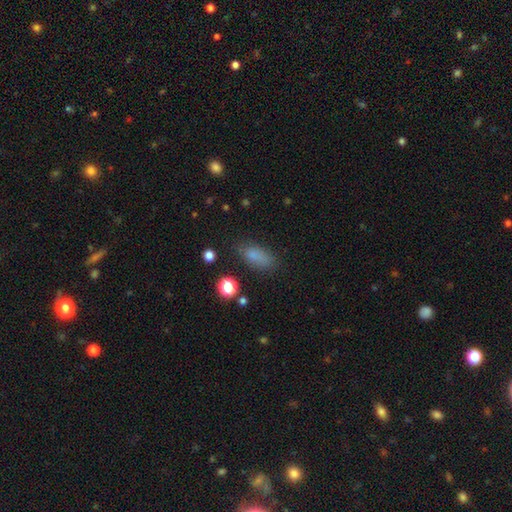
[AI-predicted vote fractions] A smooth galaxy with no disk features (79%) that is in between round and cigar-shaped (80%).

Vote fractions:
- Smooth or featured? smooth: 79% / star or artifact: 12% / featured or disk: 8%
- How rounded? in between: 80% / cigar-shaped: 15% / round: 5%
- Merging? none: 73% / minor disturbance: 19% / major disturbance: 6% / merger: 3%